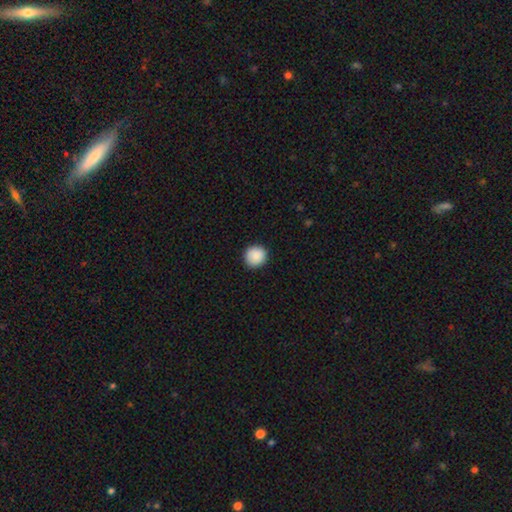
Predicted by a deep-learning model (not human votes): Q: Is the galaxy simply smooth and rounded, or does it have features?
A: smooth — 90%.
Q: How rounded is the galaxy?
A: round — 93%.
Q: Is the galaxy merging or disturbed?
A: none — 92%.